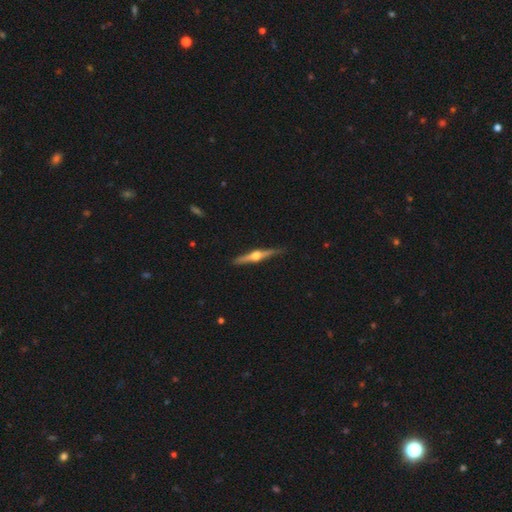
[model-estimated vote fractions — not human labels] Smooth or featured? featured or disk (78%)
Edge-on disk? yes (98%)
Edge-on bulge? rounded (96%)
Merging? none (89%)